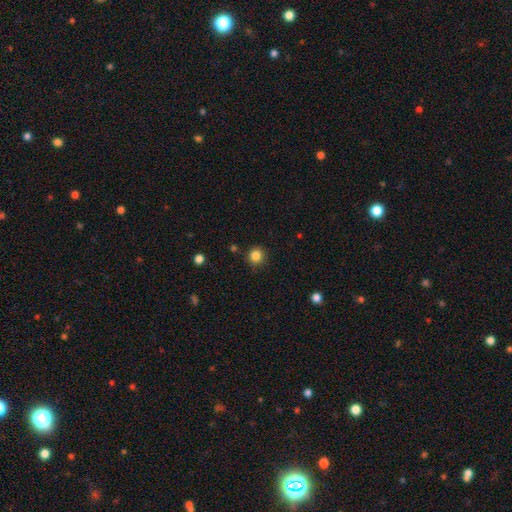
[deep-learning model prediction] smooth 84%, star or artifact 12%, featured or disk 4%. Down the decision tree: how rounded — round (93%); merging — none (88%).